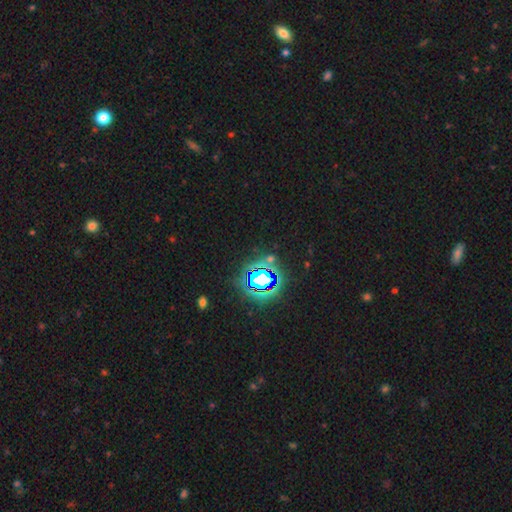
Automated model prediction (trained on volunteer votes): The model was most divided on "smooth or featured": star or artifact: 82%, smooth: 12%, featured or disk: 7%.